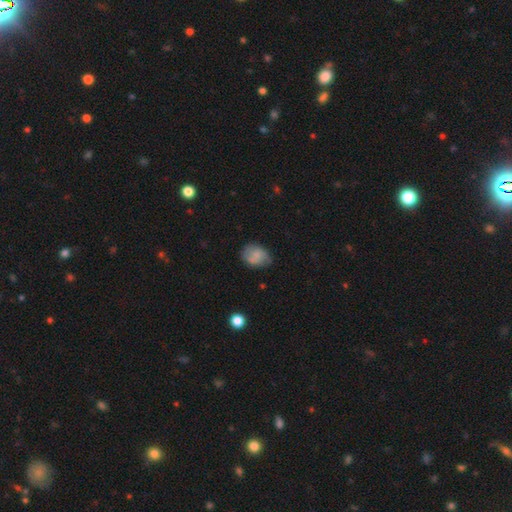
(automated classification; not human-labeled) Smooth or featured?
  - smooth: 63% *
  - featured or disk: 28%
  - star or artifact: 9%
How rounded?
  - in between: 60% *
  - round: 39%
  - cigar-shaped: 1%
Merging?
  - none: 60% *
  - minor disturbance: 29%
  - major disturbance: 9%
  - merger: 2%